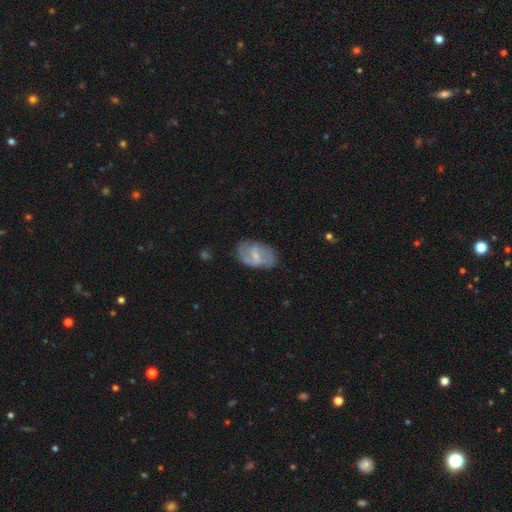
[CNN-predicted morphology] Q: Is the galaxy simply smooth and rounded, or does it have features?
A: featured or disk — 74%.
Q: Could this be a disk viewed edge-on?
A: no — 97%.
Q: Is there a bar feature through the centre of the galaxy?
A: weak — 56%.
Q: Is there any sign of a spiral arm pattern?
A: yes — 87%.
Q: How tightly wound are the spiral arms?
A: medium — 46%.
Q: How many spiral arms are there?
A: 2 — 68%.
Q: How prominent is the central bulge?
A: small — 66%.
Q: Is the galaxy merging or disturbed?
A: none — 71%.